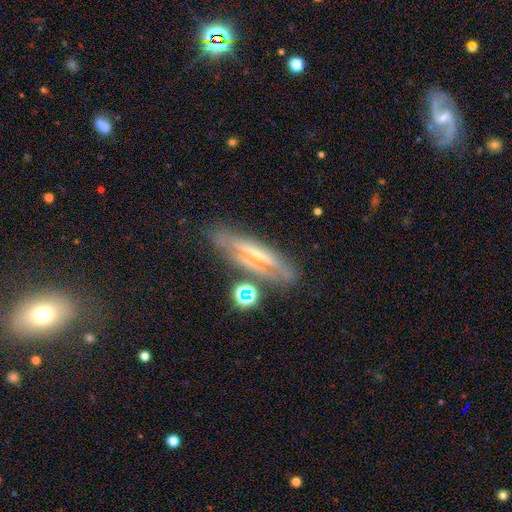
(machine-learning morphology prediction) Smooth or featured? featured or disk (64%)
Edge-on disk? yes (70%)
Merging? none (71%)